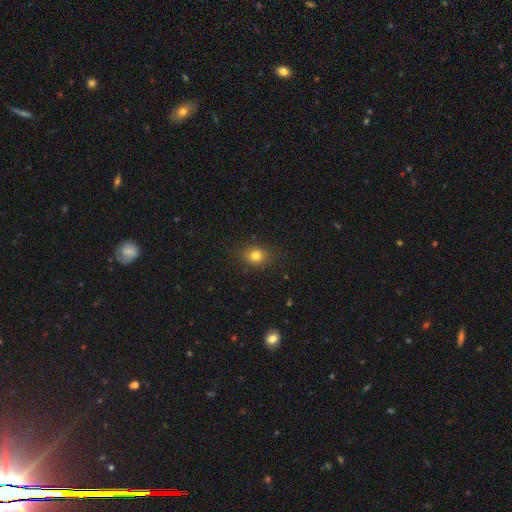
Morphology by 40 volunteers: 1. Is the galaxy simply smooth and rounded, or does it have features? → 92% smooth, 5% featured or disk, 2% star or artifact.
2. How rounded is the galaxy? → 68% round, 32% in between, 0% cigar-shaped.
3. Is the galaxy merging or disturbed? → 87% none, 8% minor disturbance, 3% major disturbance, 3% merger.